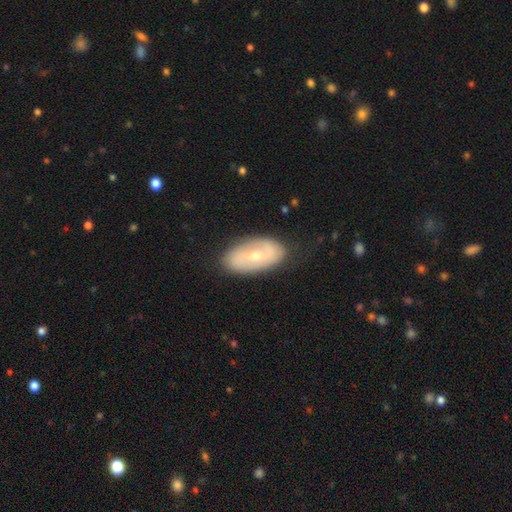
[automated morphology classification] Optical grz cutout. It shows a featured or disk galaxy (54%). Merging: none (78%).